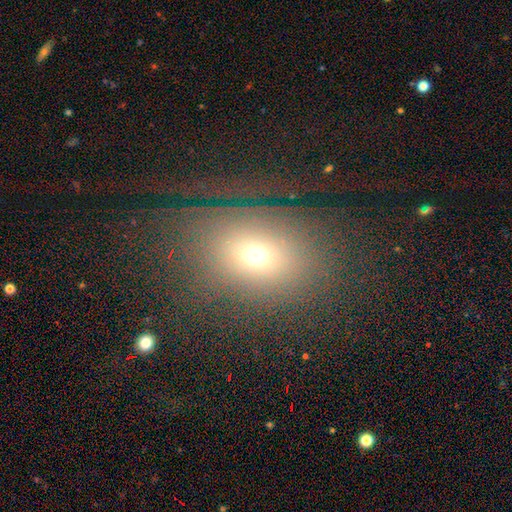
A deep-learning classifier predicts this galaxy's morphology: smooth_or_featured: smooth (p=0.59) [alt: featured or disk p=0.21]
how_rounded: in between (p=0.55) [alt: round p=0.43]
merging: none (p=0.62) [alt: major disturbance p=0.21]